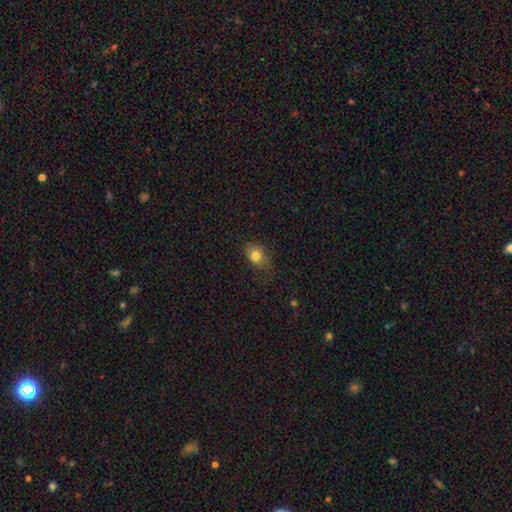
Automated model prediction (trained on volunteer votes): A smooth galaxy with no disk features (80%) that is in between round and cigar-shaped (52%).

Vote fractions:
- Smooth or featured? smooth: 80% / star or artifact: 11% / featured or disk: 8%
- How rounded? in between: 52% / round: 47% / cigar-shaped: 1%
- Merging? none: 62% / minor disturbance: 27% / major disturbance: 10% / merger: 1%